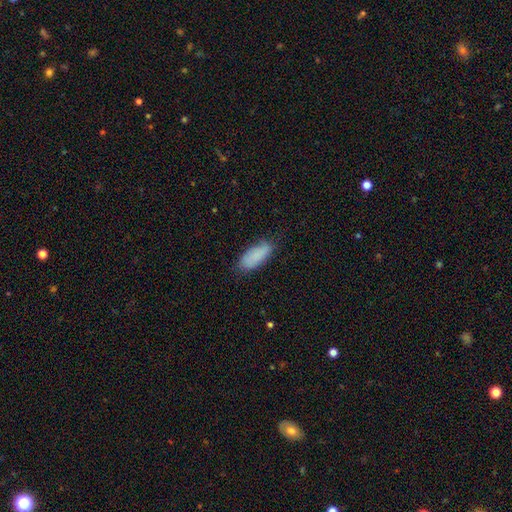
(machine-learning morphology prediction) smooth_or_featured: smooth (p=0.86) [alt: featured or disk p=0.07]
how_rounded: in between (p=0.83) [alt: cigar-shaped p=0.15]
merging: none (p=0.76) [alt: minor disturbance p=0.19]